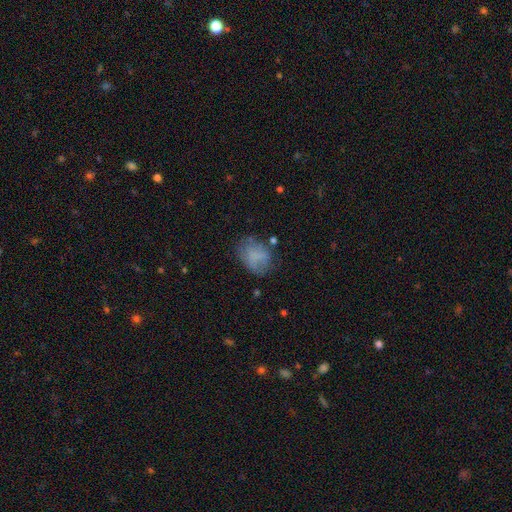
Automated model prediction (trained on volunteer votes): smooth 68%, featured or disk 22%, star or artifact 10%. Down the decision tree: how rounded — in between (65%); merging — none (56%).